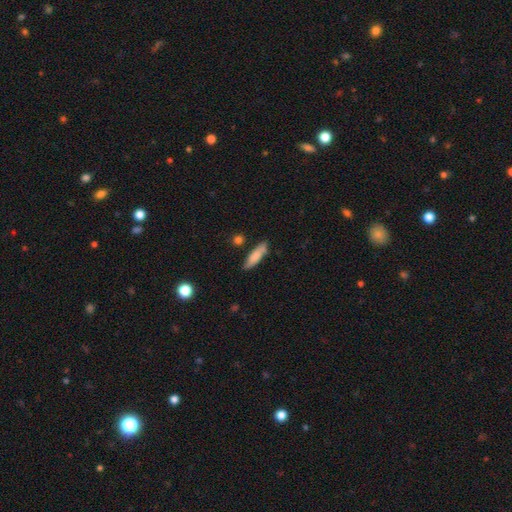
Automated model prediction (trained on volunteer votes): Overall: smooth (76%). How rounded: cigar-shaped (62%; in between 36%). Merging: none (75%).